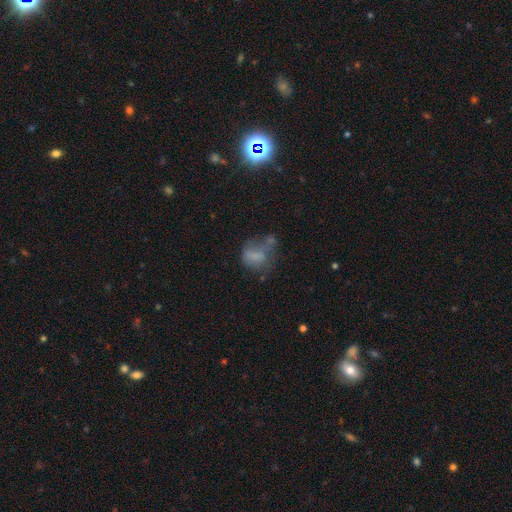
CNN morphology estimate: The model was most divided on "merging": major disturbance: 35%, none: 26%, minor disturbance: 22%, merger: 17%. More confident: how rounded — in between (59%); smooth or featured — smooth (58%).